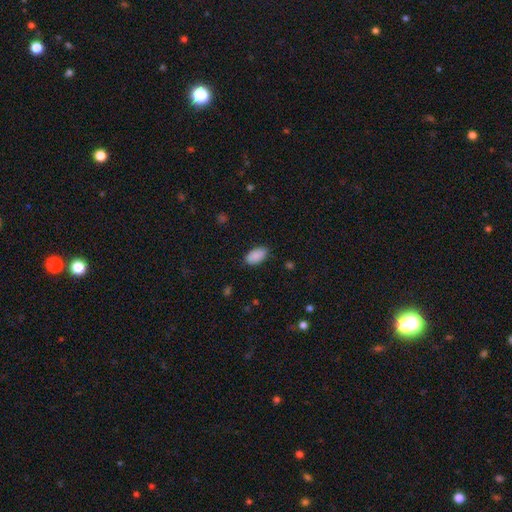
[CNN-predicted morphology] smooth 90%, star or artifact 7%, featured or disk 3%. Down the decision tree: how rounded — in between (95%); merging — none (86%).